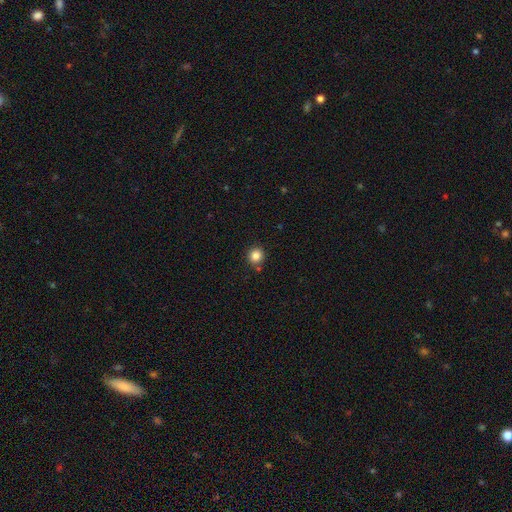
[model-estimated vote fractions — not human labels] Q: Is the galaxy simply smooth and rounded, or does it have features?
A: smooth — 84%.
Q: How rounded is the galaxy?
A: round — 92%.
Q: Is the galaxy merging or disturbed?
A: none — 86%.